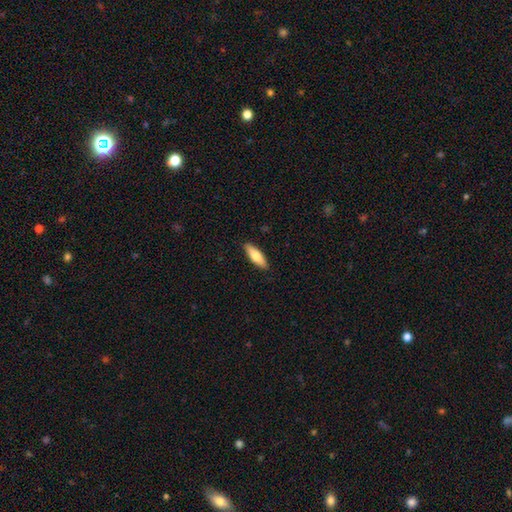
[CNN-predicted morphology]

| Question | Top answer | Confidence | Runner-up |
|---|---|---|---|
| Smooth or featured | smooth | 73% | featured or disk (22%) |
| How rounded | in between | 51% | cigar-shaped (47%) |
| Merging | none | 89% | minor disturbance (8%) |